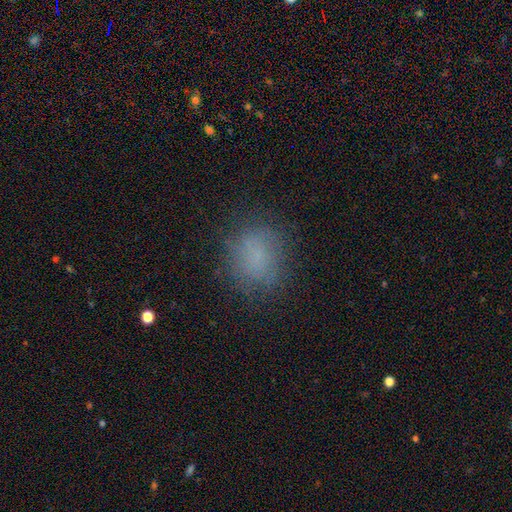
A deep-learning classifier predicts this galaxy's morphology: A smooth galaxy with no disk features (76%) that is round (65%). Merging: none (78%).